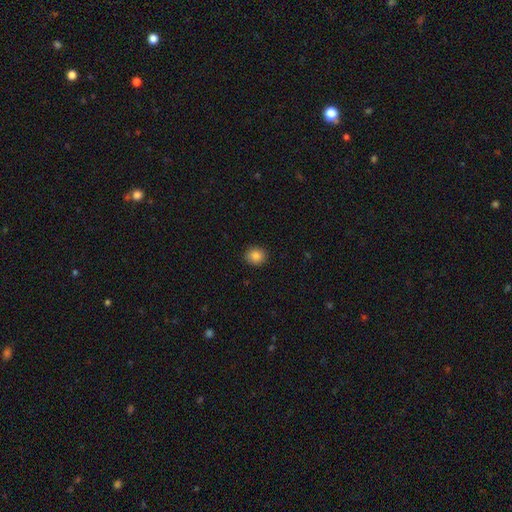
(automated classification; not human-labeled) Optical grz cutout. It shows a smooth galaxy with no disk features (84%) that is round (80%). Merging: none (91%).